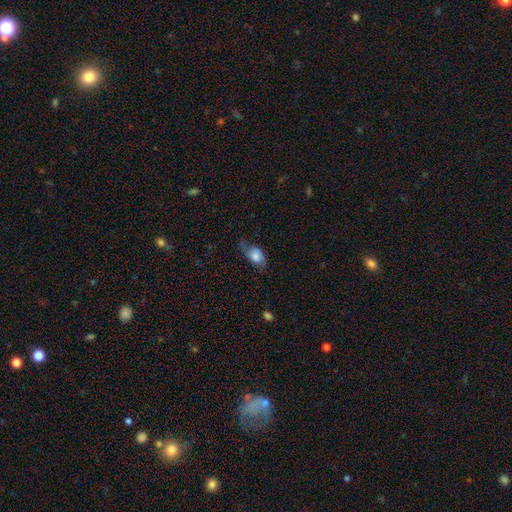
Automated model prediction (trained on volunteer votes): A smooth galaxy with no disk features (69%) that is in between round and cigar-shaped (87%).

Vote fractions:
- Smooth or featured? smooth: 69% / featured or disk: 23% / star or artifact: 8%
- How rounded? in between: 87% / round: 10% / cigar-shaped: 3%
- Merging? none: 49% / minor disturbance: 31% / major disturbance: 18% / merger: 2%